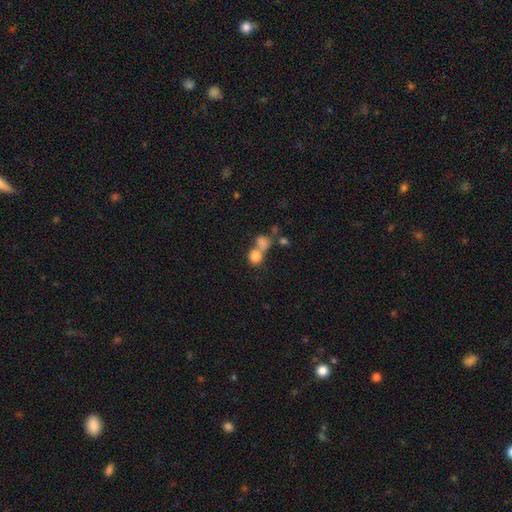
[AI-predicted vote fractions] The model was most divided on "merging": merger: 50%, none: 38%, minor disturbance: 7%, major disturbance: 5%. More confident: smooth or featured — smooth (81%); how rounded — round (77%).